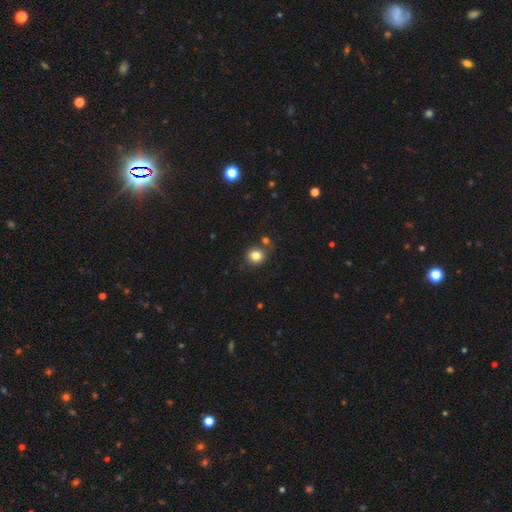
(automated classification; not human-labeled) smooth_or_featured: smooth (p=0.81) [alt: star or artifact p=0.12]
how_rounded: round (p=0.84) [alt: in between p=0.15]
merging: none (p=0.74) [alt: merger p=0.12]